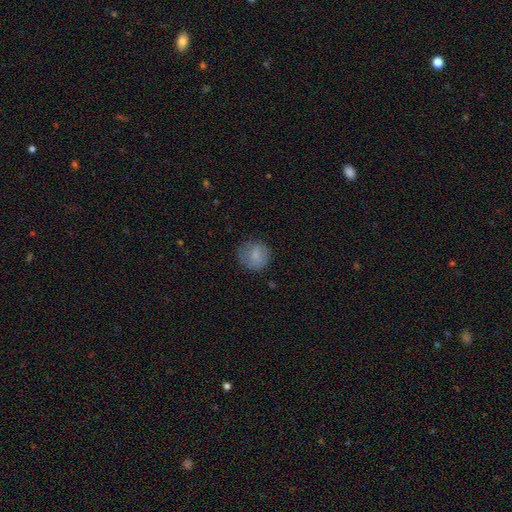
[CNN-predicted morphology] Smooth or featured? Predicted: smooth (p=0.81). How rounded? Predicted: round (p=0.87). Merging? Predicted: none (p=0.76).